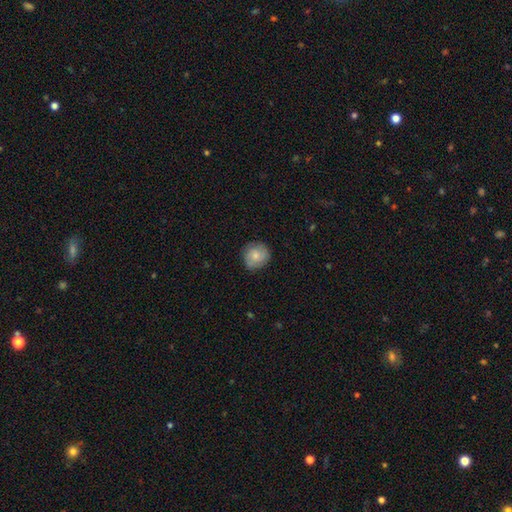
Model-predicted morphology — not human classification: type=smooth (58%); roundness=round (88%); merging=none (82%).